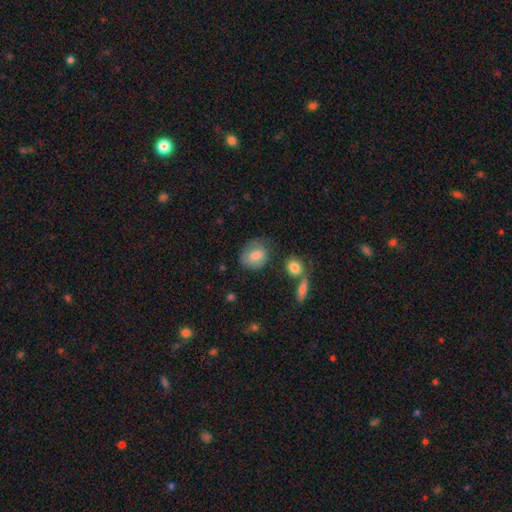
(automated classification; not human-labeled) Q: Smooth or featured?
A: smooth (76%); runner-up: featured or disk (17%)
Q: How rounded?
A: in between (57%); runner-up: round (42%)
Q: Merging?
A: none (53%); runner-up: minor disturbance (28%)